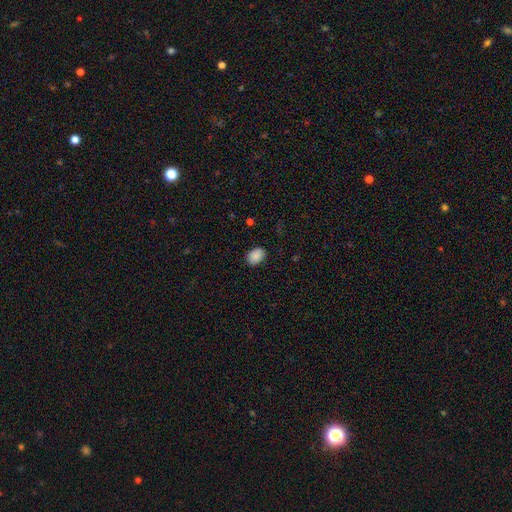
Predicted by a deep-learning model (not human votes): Morphology: type=smooth (88%); roundness=in between (75%); merging=none (85%).